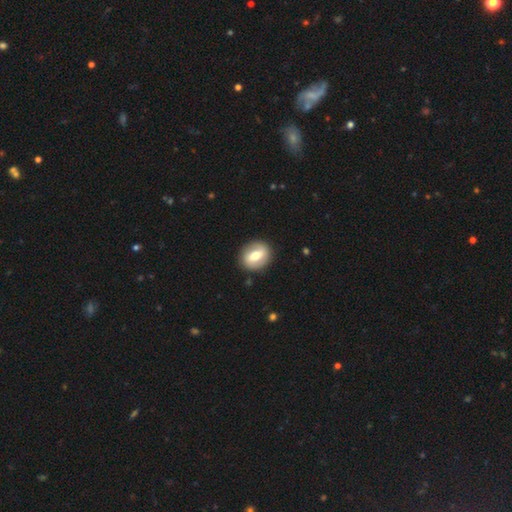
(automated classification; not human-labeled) Morphology: type=smooth (54%); roundness=round (56%); merging=none (88%).